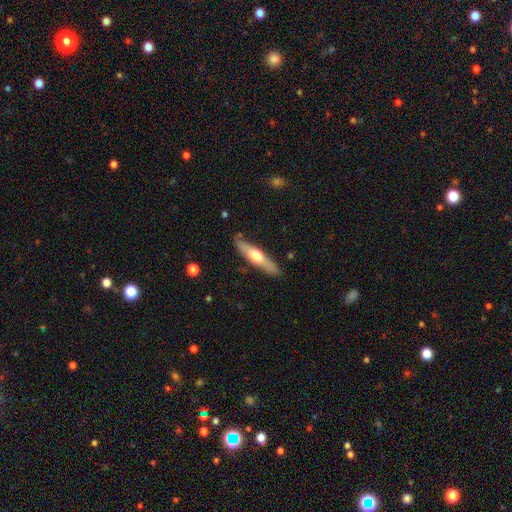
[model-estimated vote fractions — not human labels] This appears to be a featured or disk galaxy (50%). Merging: none (84%).